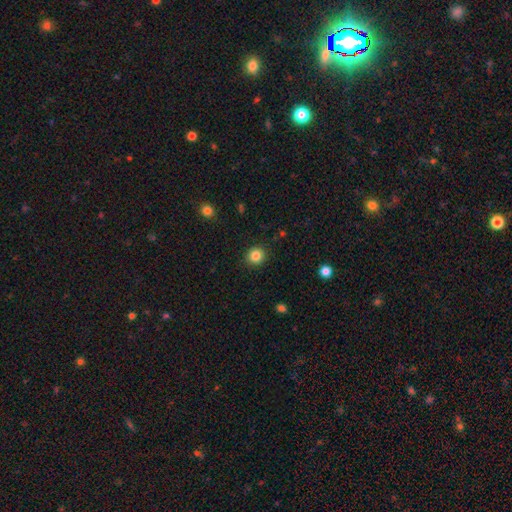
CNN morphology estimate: Smooth or featured? Predicted: smooth (p=0.85). How rounded? Predicted: round (p=0.90). Merging? Predicted: none (p=0.91).